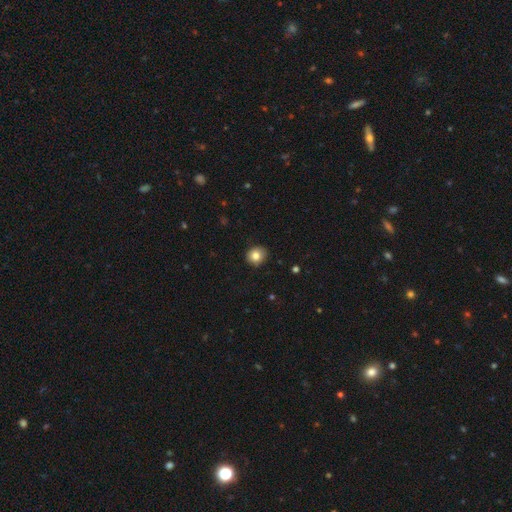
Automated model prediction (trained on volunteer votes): A smooth galaxy with no disk features (83%) that is round (81%).

Vote fractions:
- Smooth or featured? smooth: 83% / star or artifact: 10% / featured or disk: 8%
- How rounded? round: 81% / in between: 18% / cigar-shaped: 1%
- Merging? none: 86% / minor disturbance: 11% / major disturbance: 2% / merger: 1%